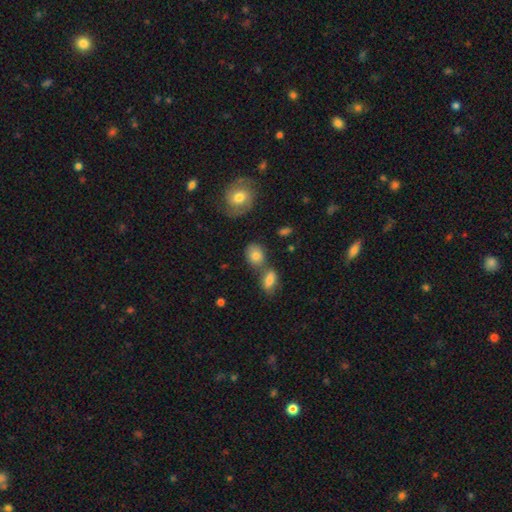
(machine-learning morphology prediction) Q: Smooth or featured?
A: smooth (79%); runner-up: featured or disk (12%)
Q: How rounded?
A: in between (52%); runner-up: round (46%)
Q: Merging?
A: none (56%); runner-up: merger (26%)